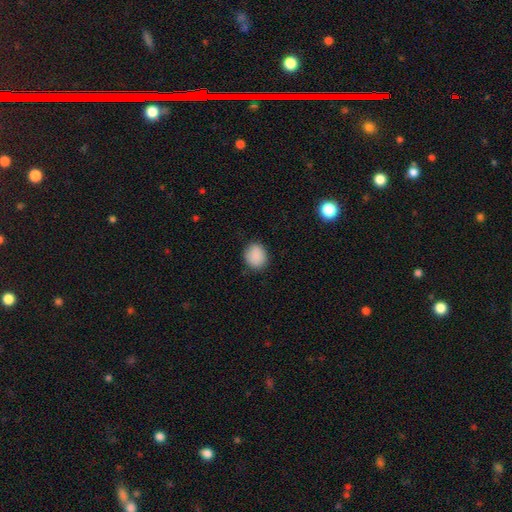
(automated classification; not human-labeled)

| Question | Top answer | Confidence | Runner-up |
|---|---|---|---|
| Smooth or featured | smooth | 89% | star or artifact (8%) |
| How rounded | round | 74% | in between (25%) |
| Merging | none | 86% | minor disturbance (10%) |